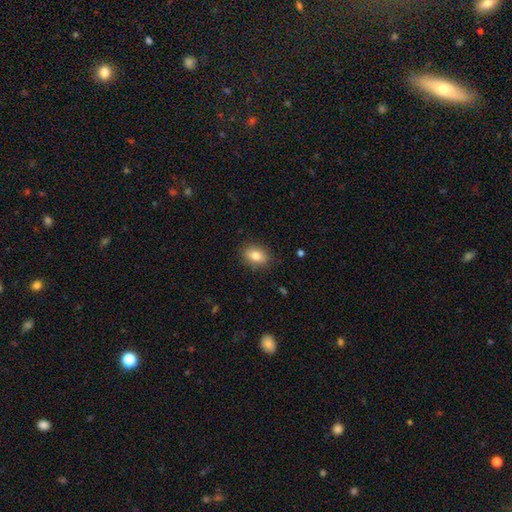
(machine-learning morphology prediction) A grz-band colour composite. It shows a smooth galaxy with no disk features (82%) that is in between round and cigar-shaped (74%). Merging: none (86%).